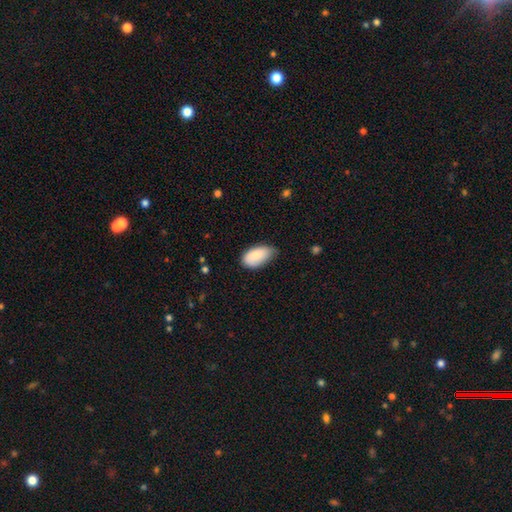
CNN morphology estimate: Smooth or featured?
  - smooth: 83% *
  - featured or disk: 11%
  - star or artifact: 6%
How rounded?
  - in between: 95% *
  - round: 3%
  - cigar-shaped: 2%
Merging?
  - none: 54% *
  - minor disturbance: 39%
  - major disturbance: 6%
  - merger: 1%